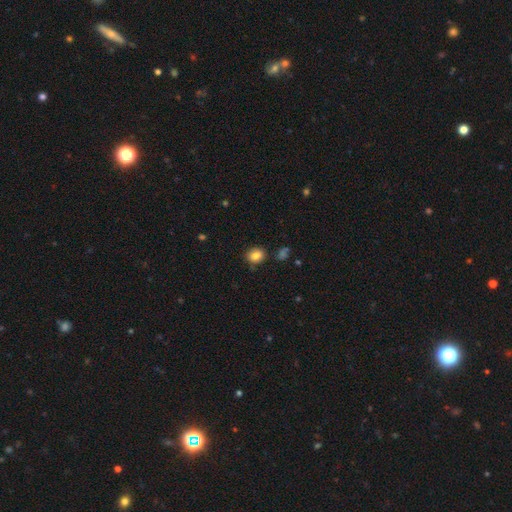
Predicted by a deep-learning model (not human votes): Overall: smooth (84%). How rounded: round (57%; in between 42%). Merging: none (83%).